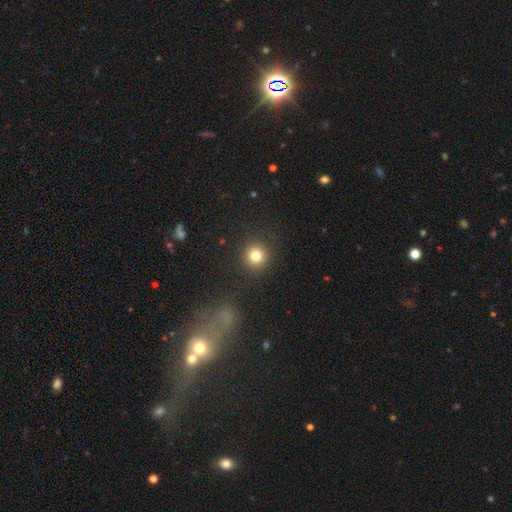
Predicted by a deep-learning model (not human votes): smooth_or_featured: smooth (p=0.81) [alt: star or artifact p=0.12]
how_rounded: round (p=0.92) [alt: in between p=0.07]
merging: none (p=0.89) [alt: minor disturbance p=0.06]